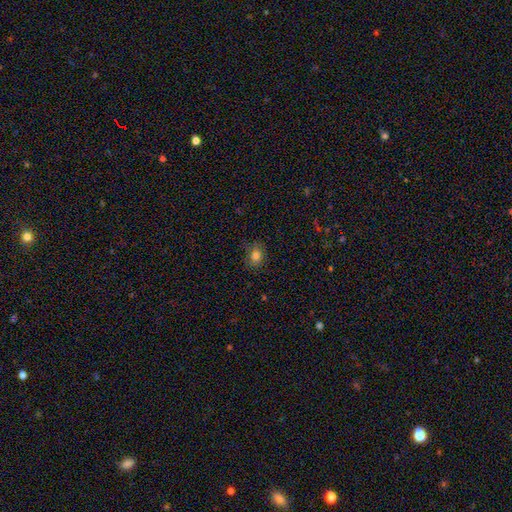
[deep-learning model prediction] This appears to be a smooth galaxy with no disk features (81%) that is in between round and cigar-shaped (50%). Merging: none (76%).